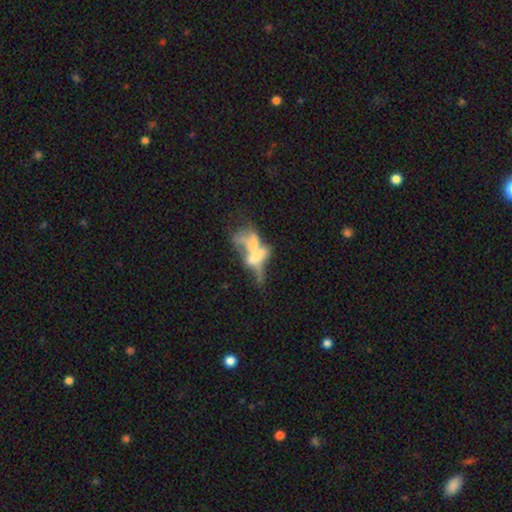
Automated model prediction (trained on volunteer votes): A featured or disk galaxy (56%).

Vote fractions:
- Smooth or featured? featured or disk: 56% / smooth: 32% / star or artifact: 12%
- Edge-on disk? no: 81% / yes: 19%
- Merging? merger: 66% / major disturbance: 16% / none: 12% / minor disturbance: 6%